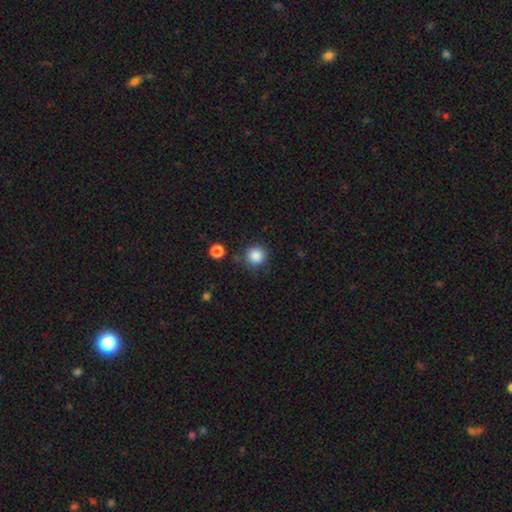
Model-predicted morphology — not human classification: type=smooth (86%); roundness=round (94%); merging=none (84%).